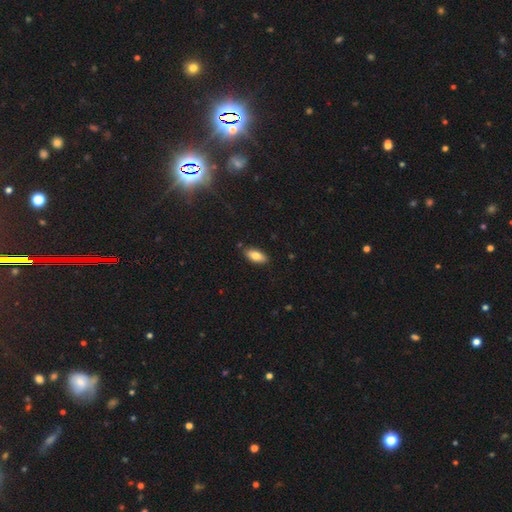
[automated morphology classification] smooth-or-featured: smooth: 80% | featured or disk: 13% | star or artifact: 7%
  how-rounded: in between: 88% | cigar-shaped: 9% | round: 2%
  merging: none: 86% | minor disturbance: 10% | major disturbance: 2% | merger: 2%